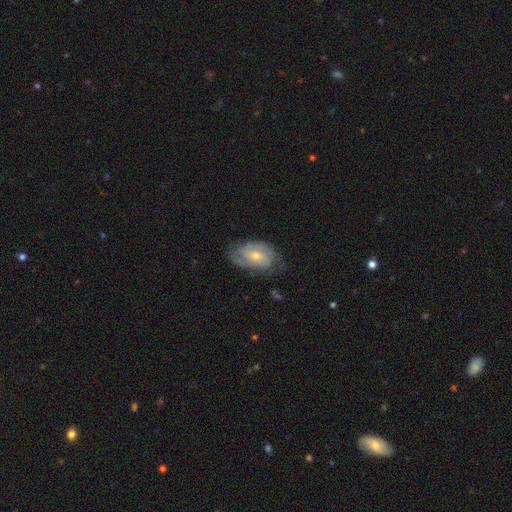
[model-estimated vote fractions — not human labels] smooth-or-featured: featured or disk: 67% | smooth: 26% | star or artifact: 7%
  disk-edge-on: no: 95% | yes: 5%
    bar: no: 58% | weak: 35% | strong: 6%
    has-spiral-arms: yes: 87% | no: 13%
      spiral-winding: tight: 52% | medium: 36% | loose: 12%
      spiral-arm-count: 2: 41% | can't tell: 36% | 3: 12% | 1: 4% | 4: 4% | more than 4: 3%
    bulge-size: moderate: 48% | small: 46% | large: 2% | none: 2% | dominant: 1%
  merging: none: 68% | minor disturbance: 23% | major disturbance: 8% | merger: 1%